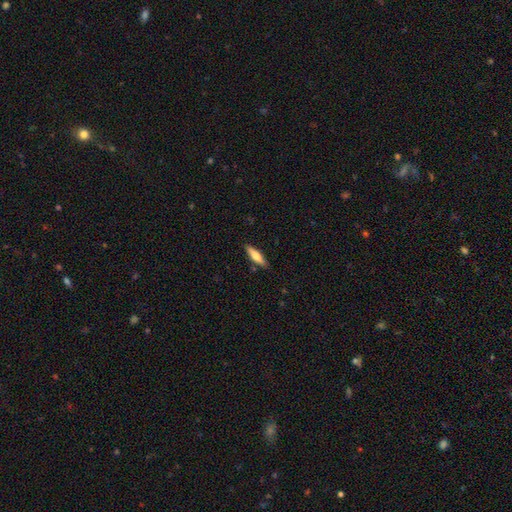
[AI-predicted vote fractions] smooth_or_featured: smooth (p=0.63) [alt: featured or disk p=0.31]
how_rounded: cigar-shaped (p=0.69) [alt: in between p=0.30]
merging: none (p=0.86) [alt: minor disturbance p=0.10]